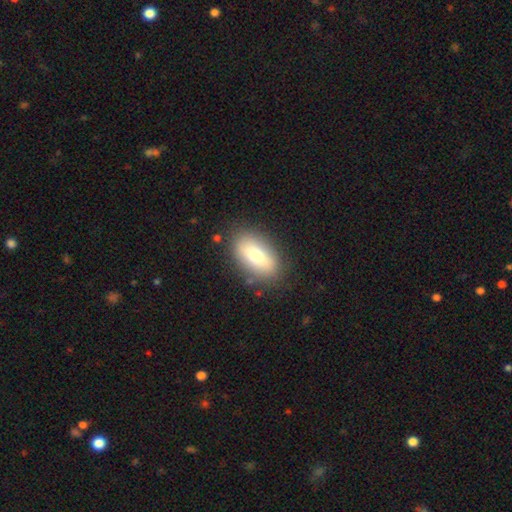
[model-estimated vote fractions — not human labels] smooth 78%, featured or disk 15%, star or artifact 8%. Down the decision tree: how rounded — in between (89%); merging — none (81%).